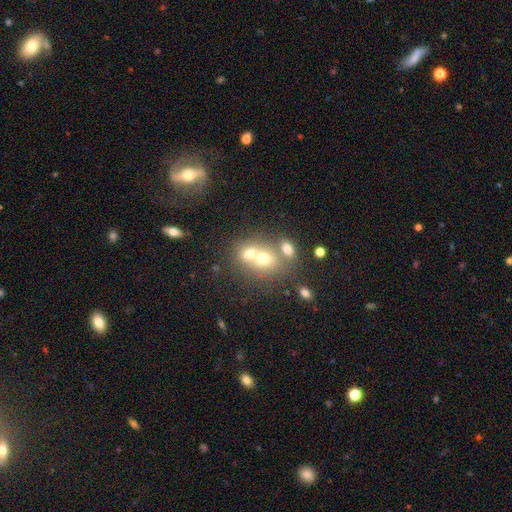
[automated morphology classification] The model was most divided on "how rounded": round: 61%, in between: 38%, cigar-shaped: 1%. More confident: merging — merger (60%); smooth or featured — smooth (60%).